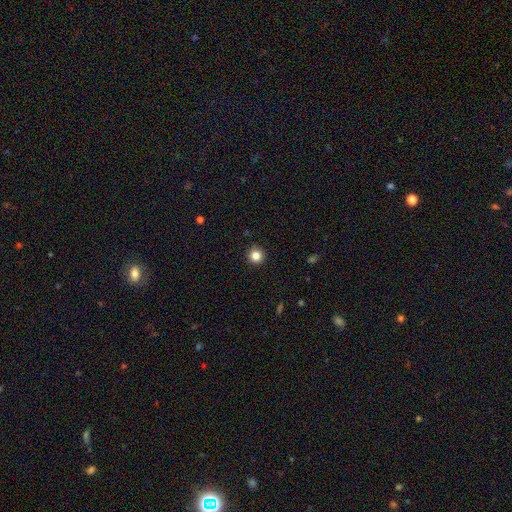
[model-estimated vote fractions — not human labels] A smooth galaxy with no disk features (84%) that is round (95%).

Vote fractions:
- Smooth or featured? smooth: 84% / star or artifact: 11% / featured or disk: 5%
- How rounded? round: 95% / in between: 4% / cigar-shaped: 1%
- Merging? none: 93% / minor disturbance: 5% / major disturbance: 2% / merger: 1%